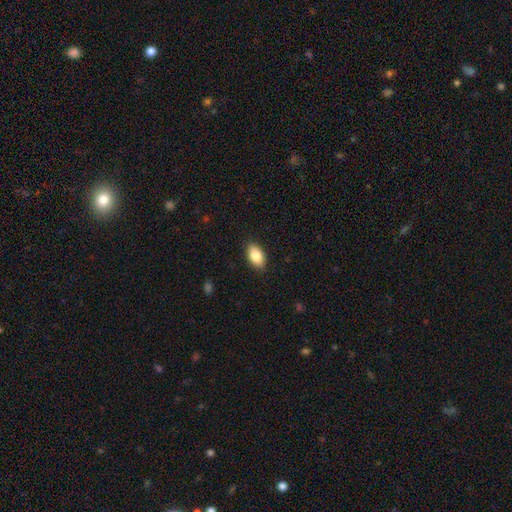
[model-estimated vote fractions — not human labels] Smooth or featured?
  - smooth: 85% *
  - featured or disk: 8%
  - star or artifact: 7%
How rounded?
  - in between: 93% *
  - round: 4%
  - cigar-shaped: 3%
Merging?
  - none: 89% *
  - minor disturbance: 8%
  - major disturbance: 2%
  - merger: 1%